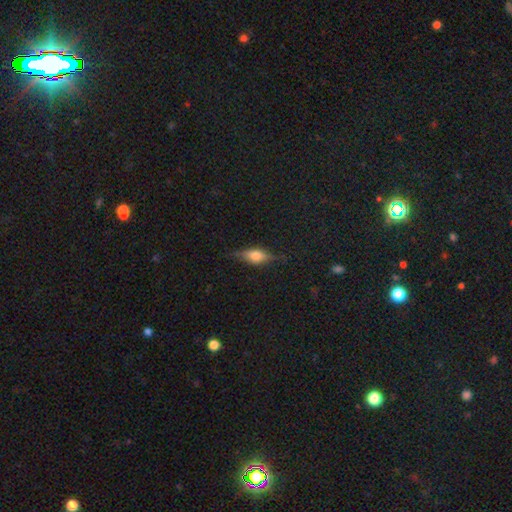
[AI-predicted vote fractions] Q: Smooth or featured?
A: featured or disk (48%); runner-up: smooth (42%)
Q: Merging?
A: none (79%); runner-up: minor disturbance (16%)